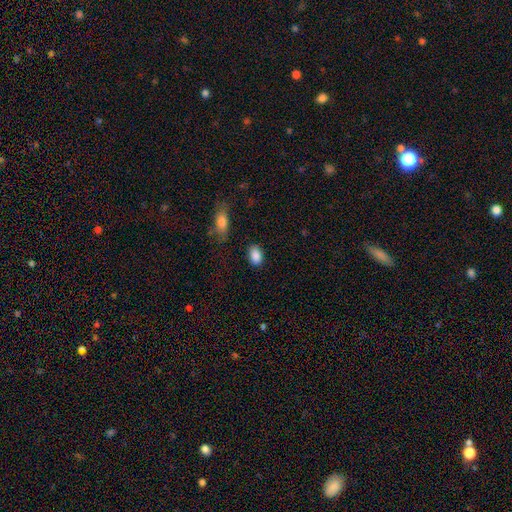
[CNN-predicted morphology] smooth-or-featured: smooth: 88% | star or artifact: 8% | featured or disk: 4%
  how-rounded: in between: 85% | round: 13% | cigar-shaped: 2%
  merging: none: 84% | minor disturbance: 11% | major disturbance: 3% | merger: 2%